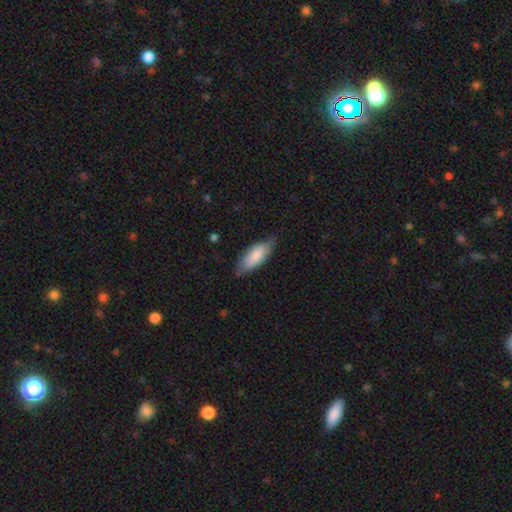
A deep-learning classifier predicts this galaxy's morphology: Smooth or featured: smooth — 79% (featured or disk — 15%)
How rounded: in between — 76% (cigar-shaped — 22%)
Merging: none — 69% (minor disturbance — 25%)